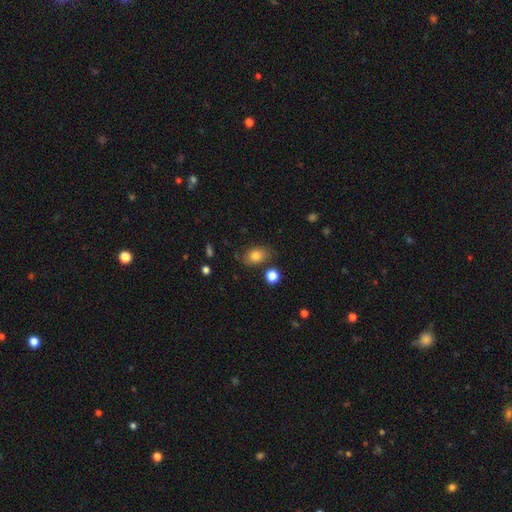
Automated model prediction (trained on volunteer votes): Smooth or featured? smooth (80%)
How rounded? in between (75%)
Merging? none (74%)